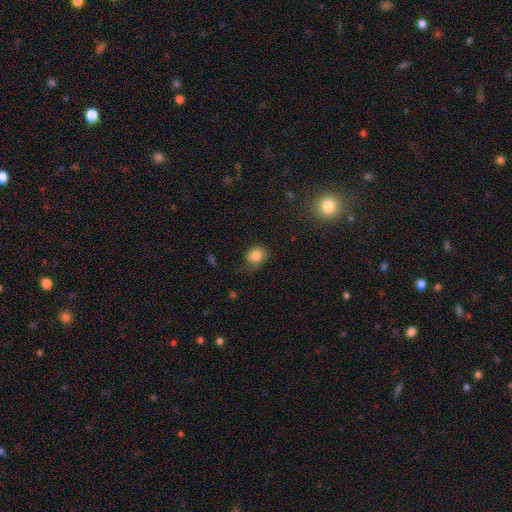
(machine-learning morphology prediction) smooth 82%, star or artifact 10%, featured or disk 8%. Down the decision tree: how rounded — round (56%); merging — none (62%).